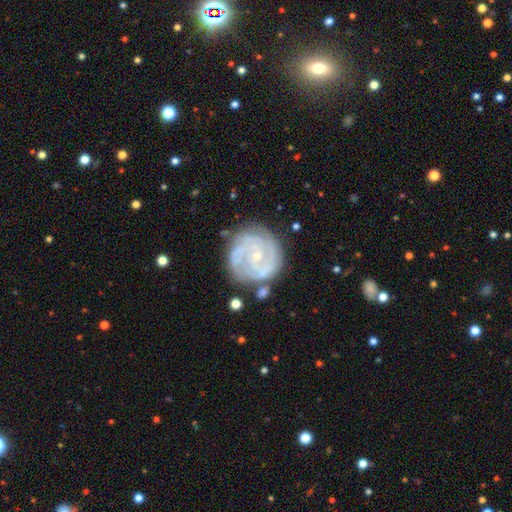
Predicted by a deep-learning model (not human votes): This is clearly a featured or disk galaxy (84%). It is clearly not viewed edge-on (98%). Bar: likely no (65%). Spiral arm pattern: clearly yes (95%). Spiral arm count: marginally 3 (29%). Spiral winding: likely tight (66%). Central bulge: clearly small (81%). Merging: likely none (75%).